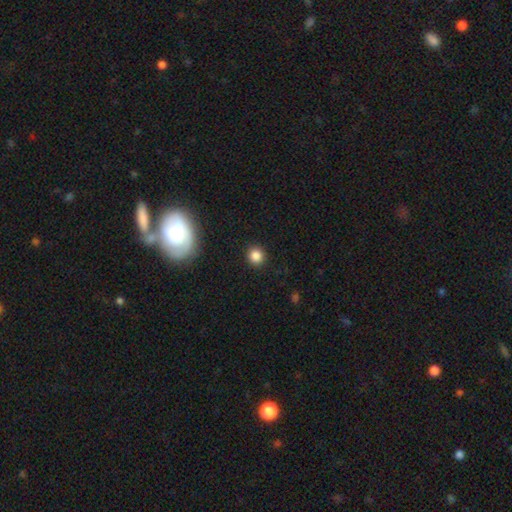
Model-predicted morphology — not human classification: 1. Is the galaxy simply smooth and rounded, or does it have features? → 84% smooth, 12% star or artifact, 4% featured or disk.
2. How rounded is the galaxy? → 92% round, 7% in between, 1% cigar-shaped.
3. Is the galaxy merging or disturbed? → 91% none, 6% minor disturbance, 2% major disturbance, 1% merger.